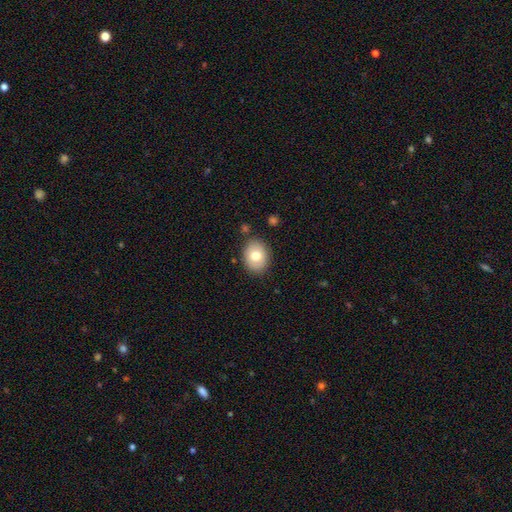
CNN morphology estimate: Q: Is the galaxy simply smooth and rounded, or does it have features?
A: smooth — 73%.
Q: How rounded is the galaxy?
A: in between — 62%.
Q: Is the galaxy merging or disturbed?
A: none — 84%.